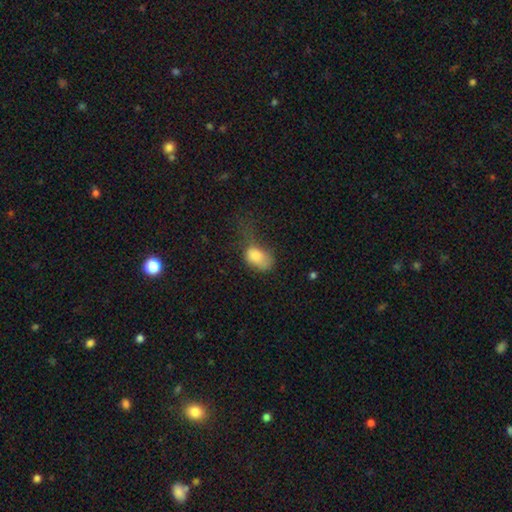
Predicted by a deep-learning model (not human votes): Q: Smooth or featured?
A: smooth (78%); runner-up: featured or disk (13%)
Q: How rounded?
A: in between (83%); runner-up: round (16%)
Q: Merging?
A: major disturbance (49%); runner-up: minor disturbance (28%)